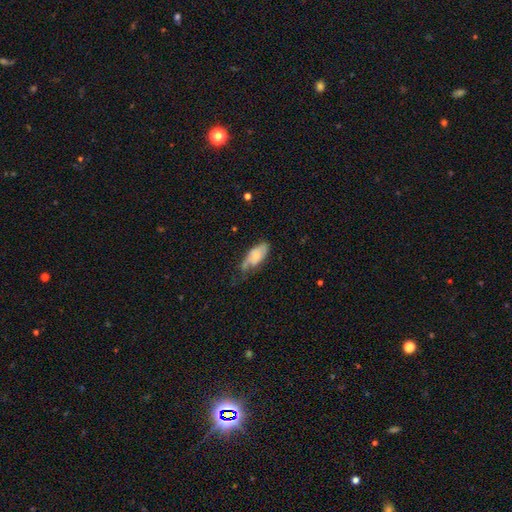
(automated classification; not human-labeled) Morphology: type=smooth (58%); roundness=in between (86%); merging=minor disturbance (40%).